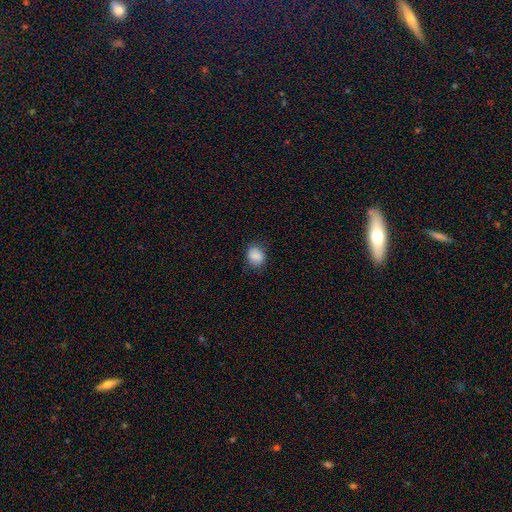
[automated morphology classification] This is clearly a smooth galaxy (86%). How rounded: possibly round (52%). Merging: likely none (78%).